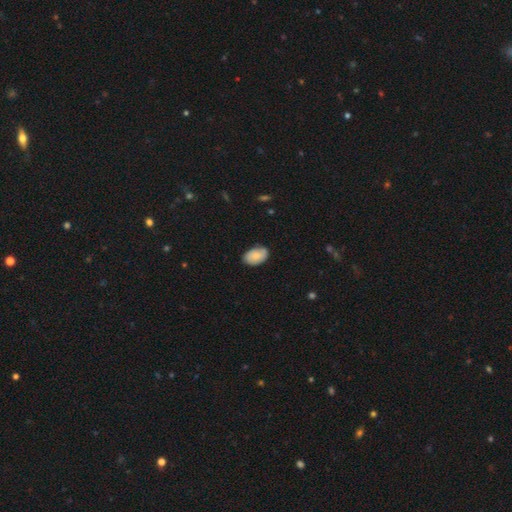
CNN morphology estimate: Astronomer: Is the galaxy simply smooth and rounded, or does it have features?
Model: smooth — 74%.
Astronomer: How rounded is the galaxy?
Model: in between — 89%.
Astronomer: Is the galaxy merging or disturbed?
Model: none — 77%.